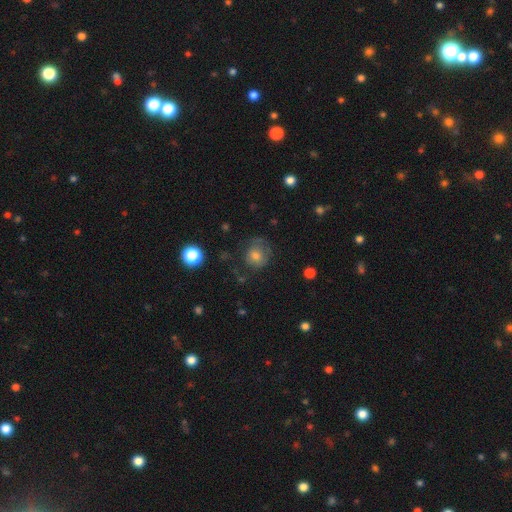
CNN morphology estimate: The model was most divided on "merging": none: 60%, minor disturbance: 24%, major disturbance: 14%, merger: 2%. More confident: how rounded — round (80%); smooth or featured — smooth (69%).